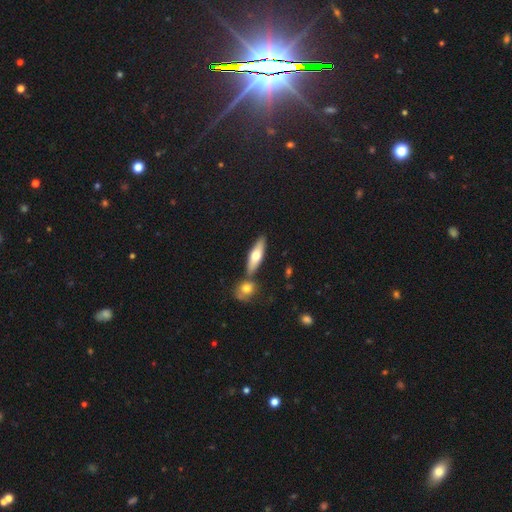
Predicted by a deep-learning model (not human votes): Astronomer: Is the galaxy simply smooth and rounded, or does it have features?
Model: smooth — 58% (runner-up: featured or disk, 36%).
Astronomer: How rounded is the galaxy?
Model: cigar-shaped — 53% (runner-up: in between, 44%).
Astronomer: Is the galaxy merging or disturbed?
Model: none — 69%.